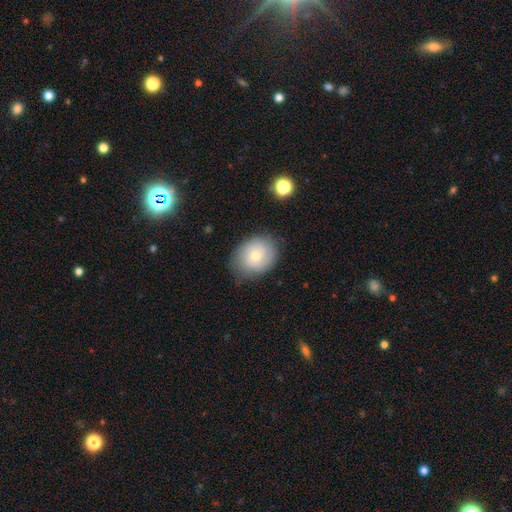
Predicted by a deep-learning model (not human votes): Q: Smooth or featured?
A: smooth (60%); runner-up: featured or disk (31%)
Q: How rounded?
A: round (56%); runner-up: in between (43%)
Q: Merging?
A: none (73%); runner-up: minor disturbance (20%)